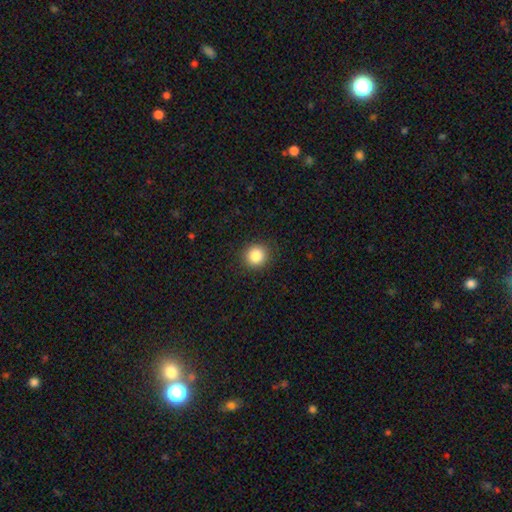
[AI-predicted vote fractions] smooth 85%, star or artifact 10%, featured or disk 5%. Down the decision tree: how rounded — round (91%); merging — none (91%).